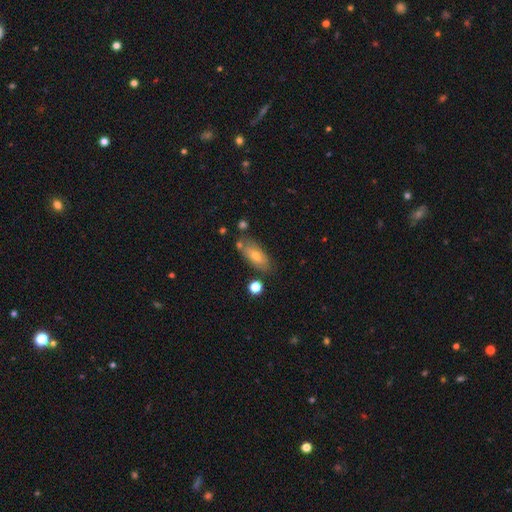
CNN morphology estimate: The model was most divided on "smooth or featured": smooth: 63%, featured or disk: 28%, star or artifact: 9%. More confident: how rounded — in between (78%); merging — none (73%).